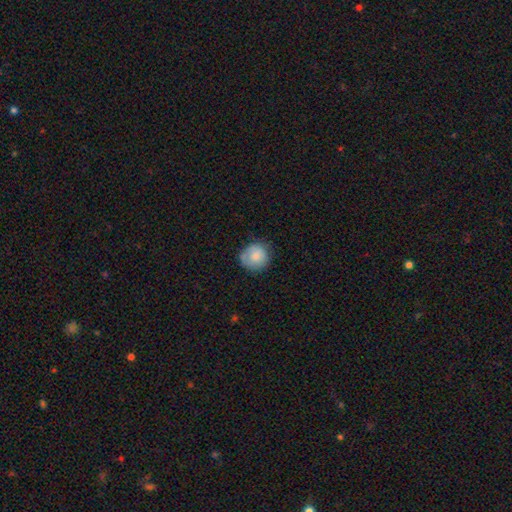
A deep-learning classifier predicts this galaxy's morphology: This appears to be a smooth galaxy with no disk features (80%) that is round (88%). Merging: none (70%).